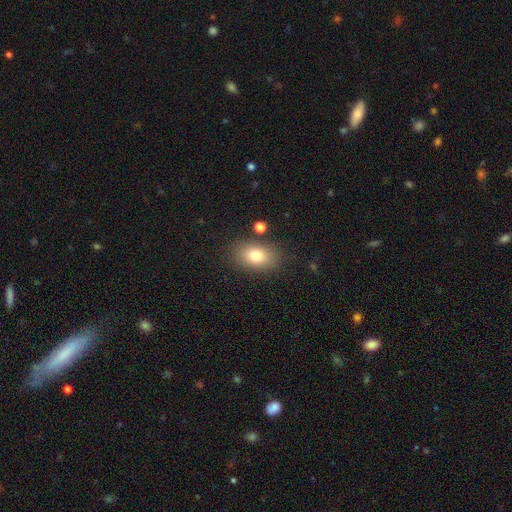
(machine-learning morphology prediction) type=smooth (80%); roundness=in between (85%); merging=none (82%).